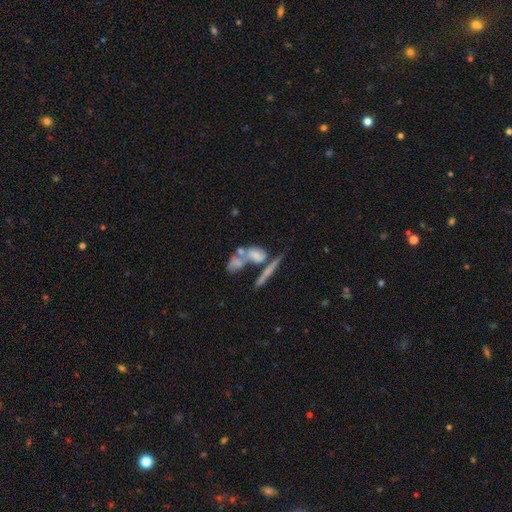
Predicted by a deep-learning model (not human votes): This is marginally a smooth galaxy (44%). Merging: possibly merger (50%).